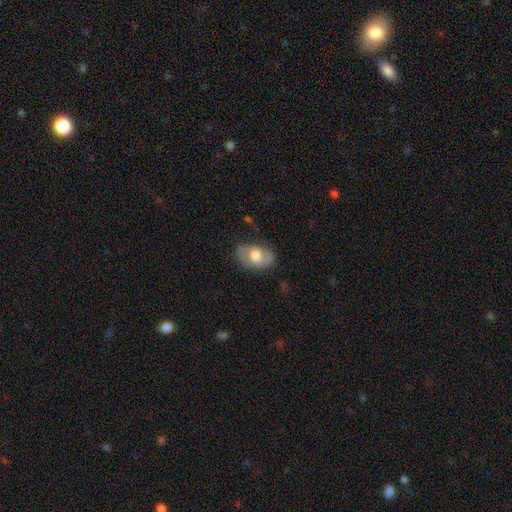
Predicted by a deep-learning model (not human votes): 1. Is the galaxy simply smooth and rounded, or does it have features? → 48% smooth, 46% featured or disk, 6% star or artifact.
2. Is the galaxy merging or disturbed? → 72% none, 20% minor disturbance, 7% major disturbance, 1% merger.